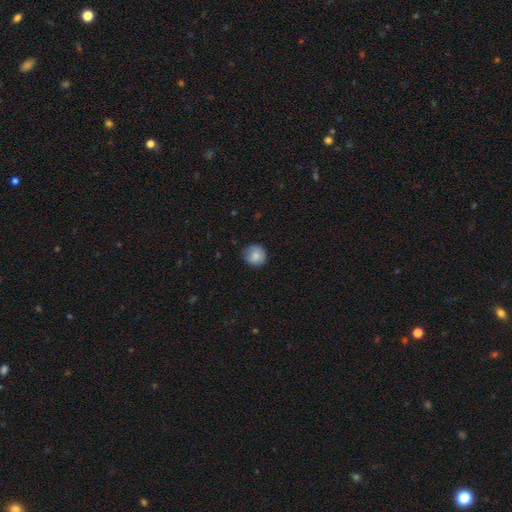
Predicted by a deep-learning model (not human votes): Smooth or featured?
  - smooth: 83% *
  - featured or disk: 9%
  - star or artifact: 8%
How rounded?
  - round: 92% *
  - in between: 7%
  - cigar-shaped: 1%
Merging?
  - none: 76% *
  - minor disturbance: 20%
  - major disturbance: 4%
  - merger: 1%